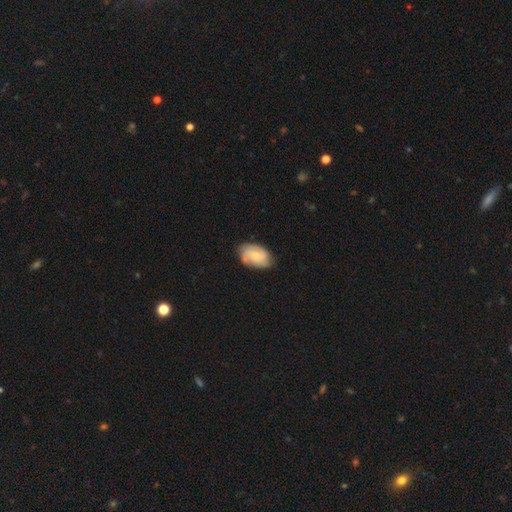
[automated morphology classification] A featured or disk galaxy (53%) with no bar (70%), spiral arms (89%) and a small central bulge (59%).

Vote fractions:
- Smooth or featured? featured or disk: 53% / smooth: 40% / star or artifact: 7%
- Edge-on disk? no: 97% / yes: 3%
- Bar? no: 70% / weak: 26% / strong: 4%
- Spiral arms? yes: 89% / no: 11%
- Bulge size? small: 59% / moderate: 33% / none: 5% / large: 2% / dominant: 1%
- Merging? none: 72% / minor disturbance: 22% / major disturbance: 5% / merger: 1%